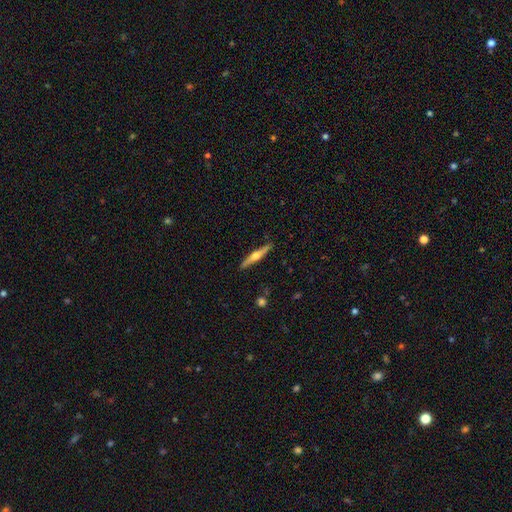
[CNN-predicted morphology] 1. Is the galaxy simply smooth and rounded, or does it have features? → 67% featured or disk, 27% smooth, 5% star or artifact.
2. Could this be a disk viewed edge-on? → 97% yes, 3% no.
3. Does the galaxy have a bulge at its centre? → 93% rounded, 3% boxy, 3% none.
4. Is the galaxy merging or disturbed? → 90% none, 7% minor disturbance, 2% major disturbance, 1% merger.